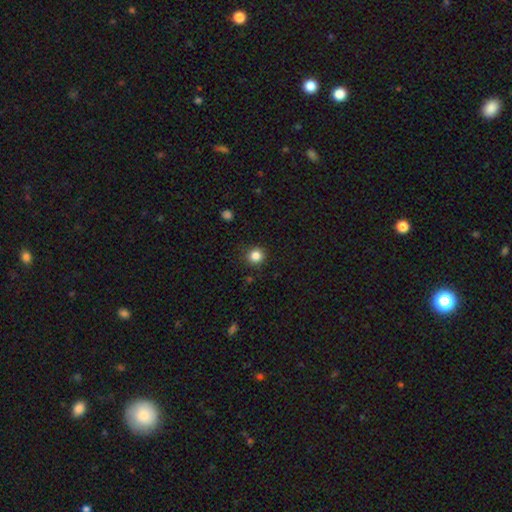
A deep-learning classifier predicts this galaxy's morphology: Smooth or featured? Predicted: smooth (p=0.84). How rounded? Predicted: round (p=0.93). Merging? Predicted: none (p=0.90).